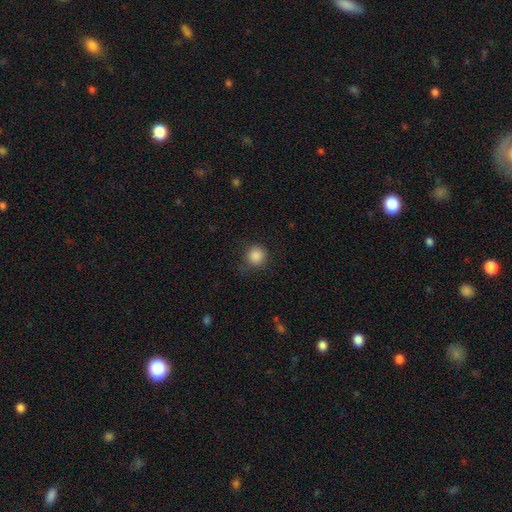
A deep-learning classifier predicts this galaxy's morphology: This is clearly a smooth galaxy (87%). How rounded: clearly round (93%). Merging: clearly none (80%).